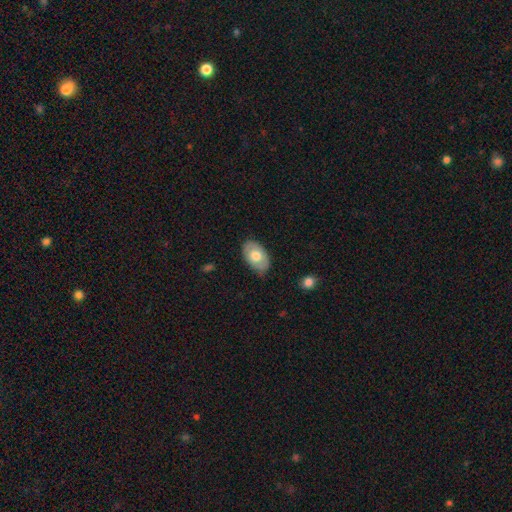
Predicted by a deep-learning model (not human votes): smooth 67%, featured or disk 27%, star or artifact 6%. Down the decision tree: how rounded — in between (92%); merging — none (78%).